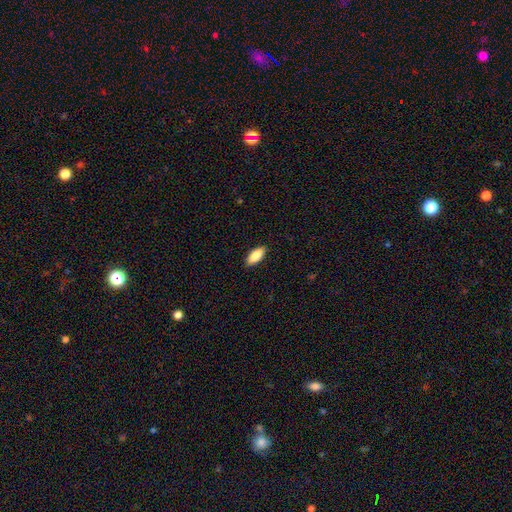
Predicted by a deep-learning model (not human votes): The model was most divided on "how rounded": in between: 84%, cigar-shaped: 14%, round: 2%. More confident: merging — none (89%); smooth or featured — smooth (84%).